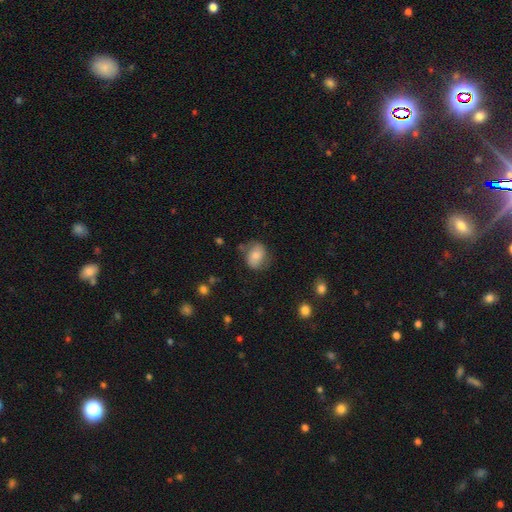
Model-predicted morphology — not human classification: The model was most divided on "how rounded": in between: 55%, round: 44%, cigar-shaped: 1%. More confident: smooth or featured — smooth (67%); merging — none (63%).